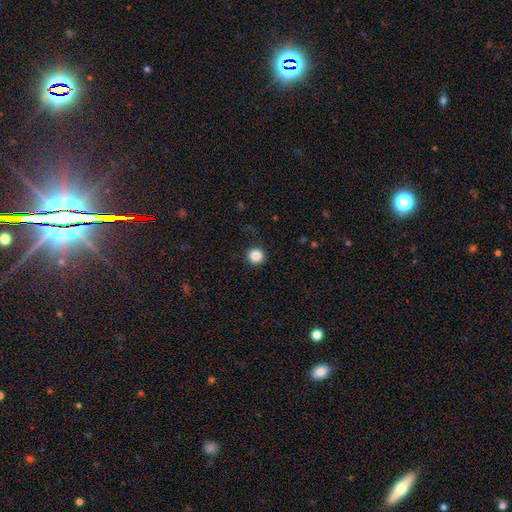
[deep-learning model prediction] Q: Smooth or featured?
A: smooth (86%); runner-up: star or artifact (11%)
Q: How rounded?
A: round (95%); runner-up: in between (4%)
Q: Merging?
A: none (89%); runner-up: minor disturbance (7%)